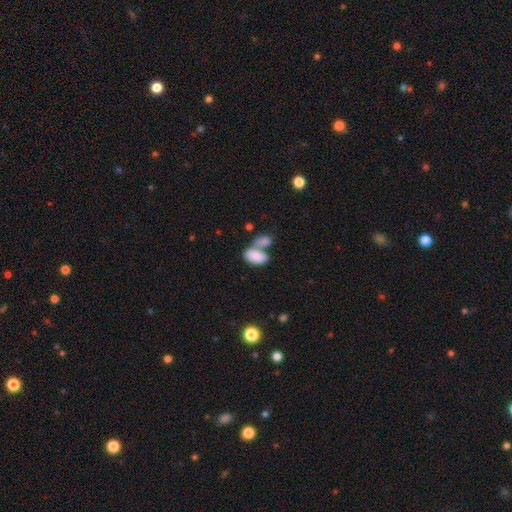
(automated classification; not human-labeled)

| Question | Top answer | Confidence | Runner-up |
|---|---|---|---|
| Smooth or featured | smooth | 84% | featured or disk (9%) |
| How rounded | in between | 94% | round (4%) |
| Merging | merger | 57% | none (27%) |